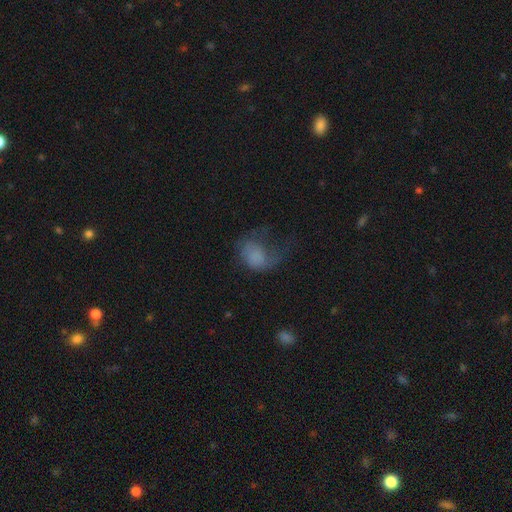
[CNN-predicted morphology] smooth 53%, featured or disk 35%, star or artifact 13%. Down the decision tree: how rounded — in between (55%); merging — major disturbance (53%).